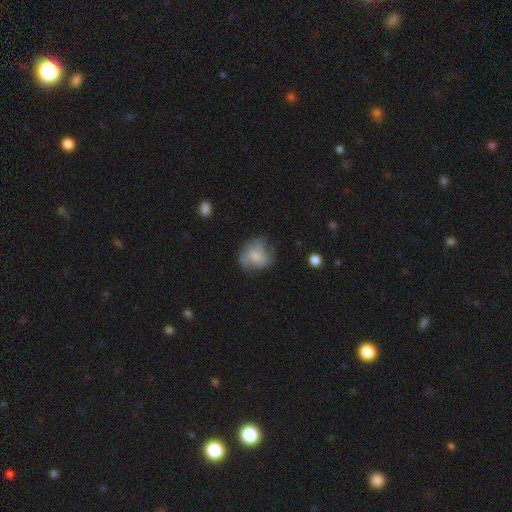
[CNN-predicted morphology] This appears to be a smooth galaxy with no disk features (62%) that is round (63%). Merging: none (50%).